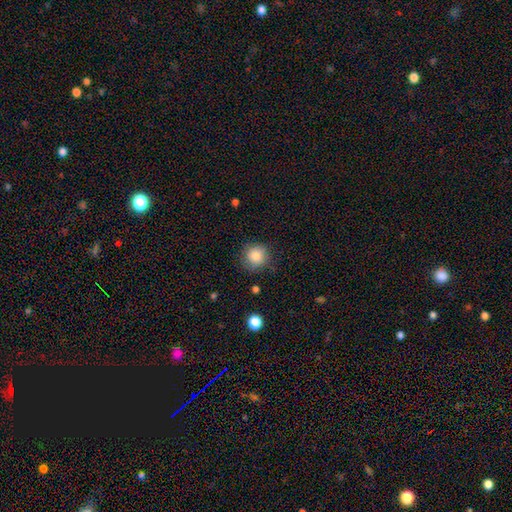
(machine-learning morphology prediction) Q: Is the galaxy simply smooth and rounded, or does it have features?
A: smooth — 85%.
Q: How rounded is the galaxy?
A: round — 92%.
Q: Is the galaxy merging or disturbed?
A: none — 82%.